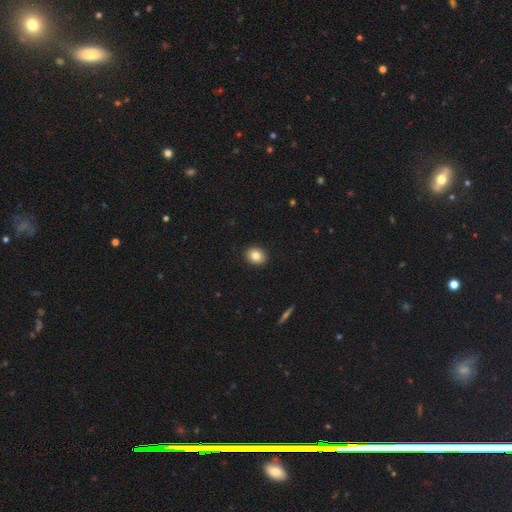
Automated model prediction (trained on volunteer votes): This is clearly a smooth galaxy (82%). How rounded: possibly in between (50%). Merging: clearly none (91%).